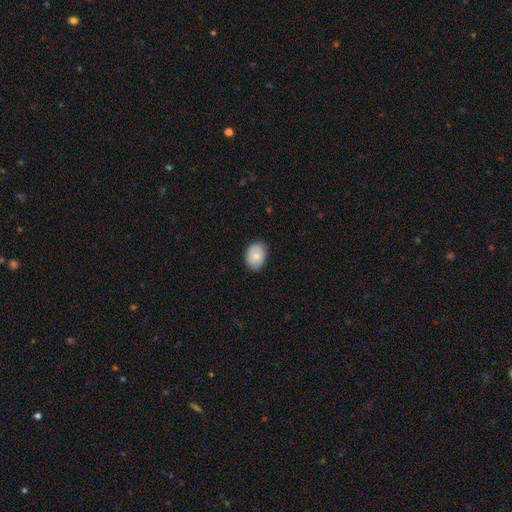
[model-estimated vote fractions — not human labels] smooth 82%, featured or disk 11%, star or artifact 7%. Down the decision tree: how rounded — in between (72%); merging — none (85%).